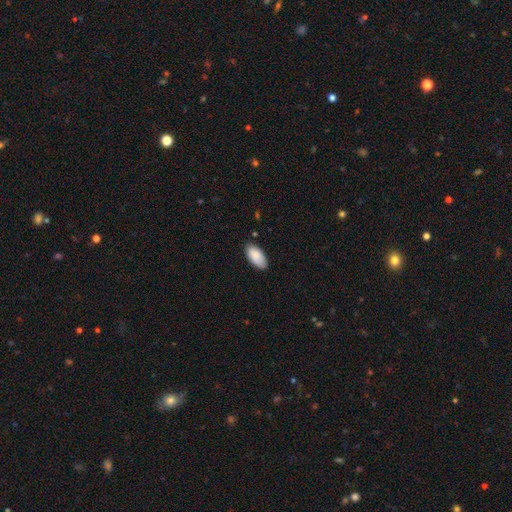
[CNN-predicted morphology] This is clearly a smooth galaxy (87%). How rounded: clearly in between (95%). Merging: likely none (80%).